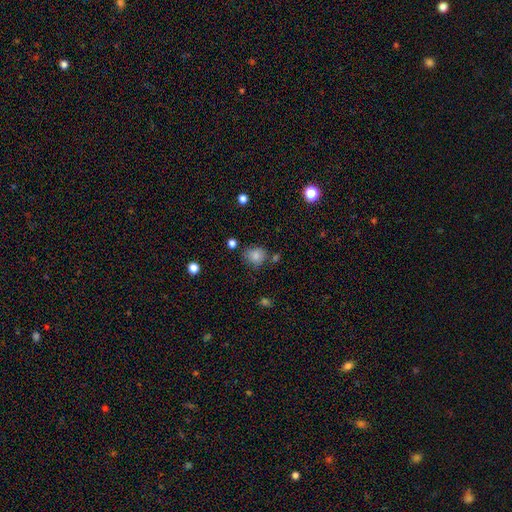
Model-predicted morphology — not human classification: Overall: smooth (83%). How rounded: round (76%). Merging: none (69%).